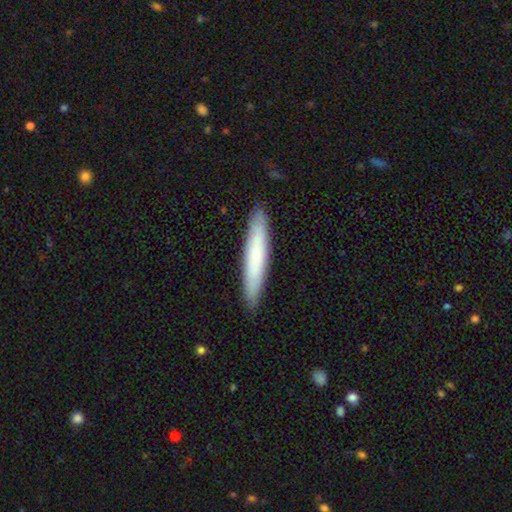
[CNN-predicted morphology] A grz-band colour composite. It shows a smooth galaxy with no disk features (69%) that is cigar-shaped (93%). Merging: none (89%).